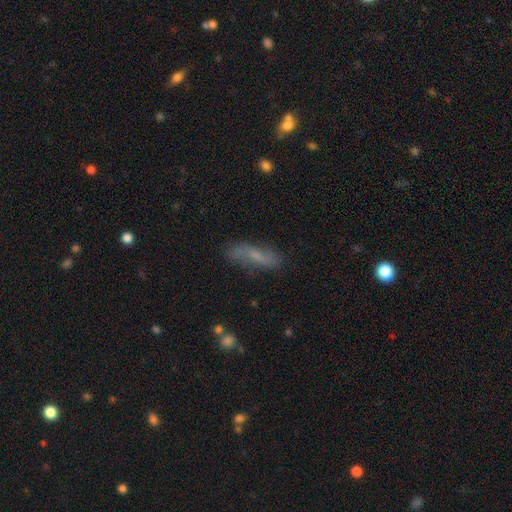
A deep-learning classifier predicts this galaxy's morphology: A smooth galaxy with no disk features (45%). Merging: none (72%).